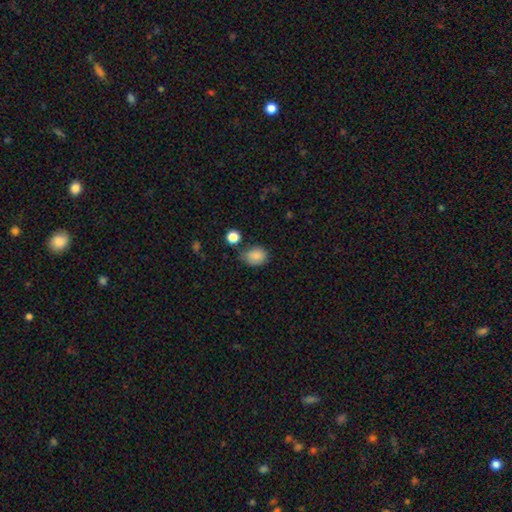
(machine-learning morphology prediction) Overall: smooth (85%). How rounded: in between (59%; round 40%). Merging: none (57%; minor disturbance 28%).